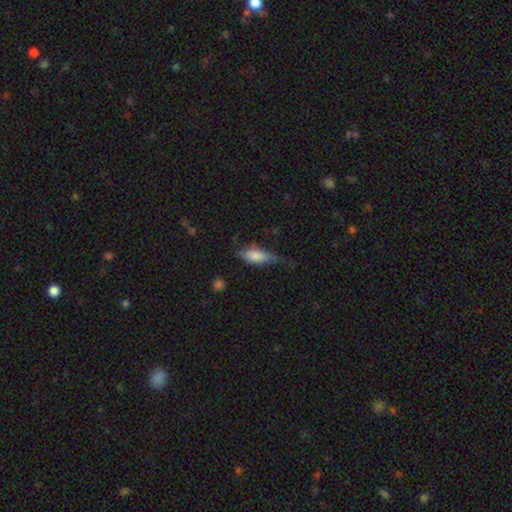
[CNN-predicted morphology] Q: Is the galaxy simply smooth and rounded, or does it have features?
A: smooth — 73%.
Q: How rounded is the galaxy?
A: in between — 71%.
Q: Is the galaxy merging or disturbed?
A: none — 42%.